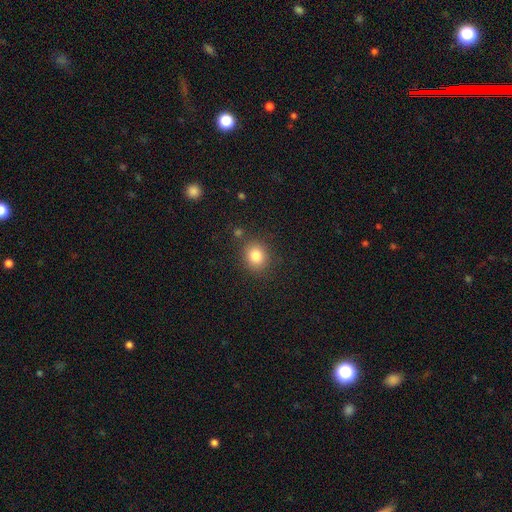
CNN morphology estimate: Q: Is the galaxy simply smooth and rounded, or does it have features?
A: smooth — 82%.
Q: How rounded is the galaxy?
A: round — 75%.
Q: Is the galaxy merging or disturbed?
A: none — 84%.